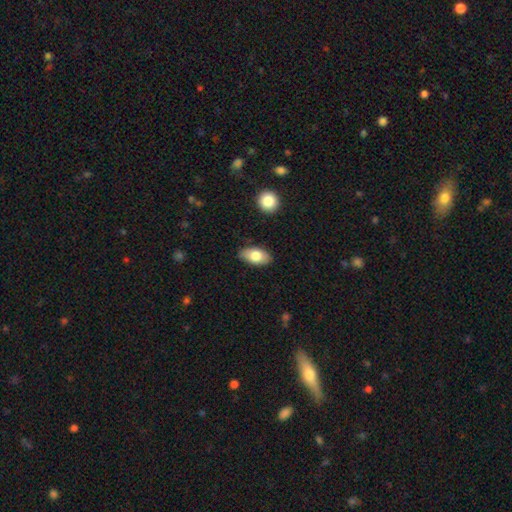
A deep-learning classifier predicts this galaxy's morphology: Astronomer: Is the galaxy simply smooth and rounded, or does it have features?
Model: smooth — 78%.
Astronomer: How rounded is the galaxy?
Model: in between — 92%.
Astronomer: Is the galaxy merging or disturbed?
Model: none — 84%.